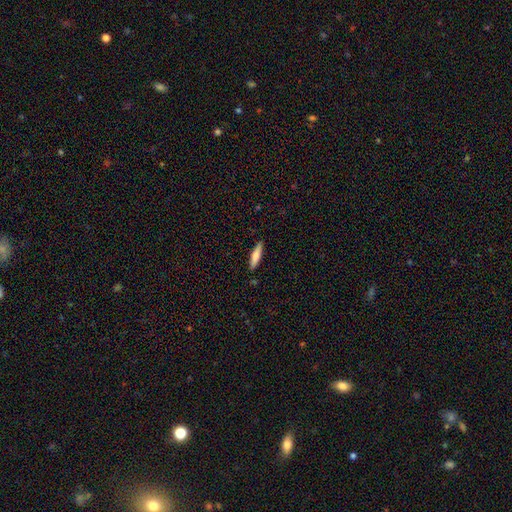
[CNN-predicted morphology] Smooth or featured? Predicted: smooth (p=0.75). How rounded? Predicted: cigar-shaped (p=0.79). Merging? Predicted: none (p=0.88).